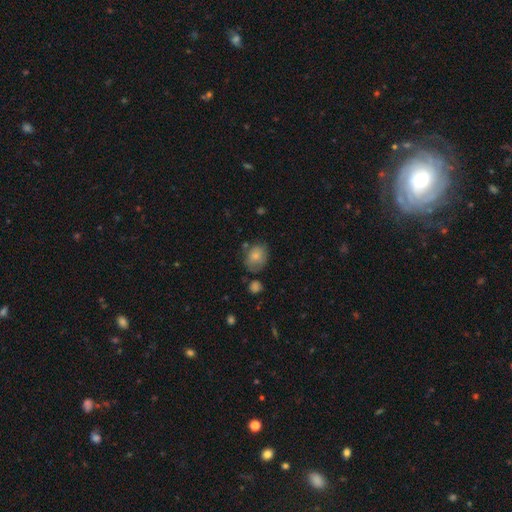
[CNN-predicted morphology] A smooth galaxy with no disk features (76%) that is in between round and cigar-shaped (56%). Merging: none (55%).